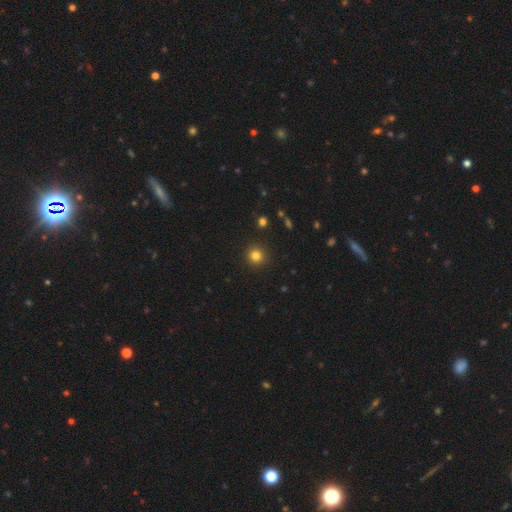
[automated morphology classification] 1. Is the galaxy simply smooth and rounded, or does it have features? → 82% smooth, 13% star or artifact, 5% featured or disk.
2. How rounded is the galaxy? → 94% round, 5% in between, 1% cigar-shaped.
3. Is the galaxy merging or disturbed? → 92% none, 5% minor disturbance, 2% major disturbance, 1% merger.